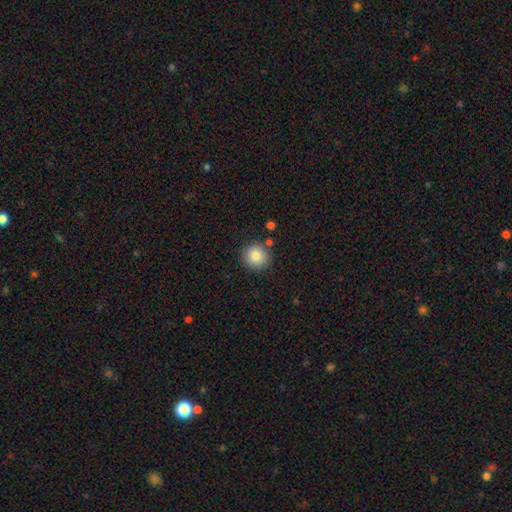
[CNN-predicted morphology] Overall: smooth (84%). How rounded: round (93%). Merging: none (84%).